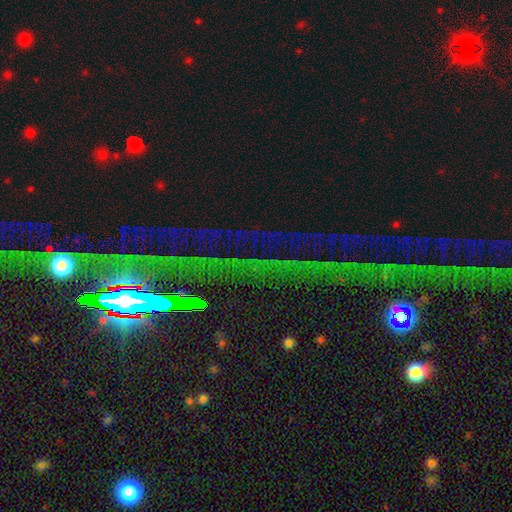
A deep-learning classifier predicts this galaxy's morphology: Overall: star or artifact (82%).